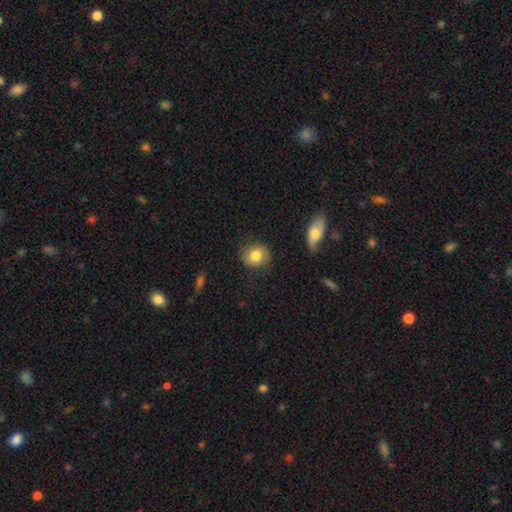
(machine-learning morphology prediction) Smooth or featured?
  - smooth: 77% *
  - featured or disk: 15%
  - star or artifact: 8%
How rounded?
  - round: 76% *
  - in between: 23%
  - cigar-shaped: 1%
Merging?
  - none: 75% *
  - minor disturbance: 18%
  - major disturbance: 6%
  - merger: 2%